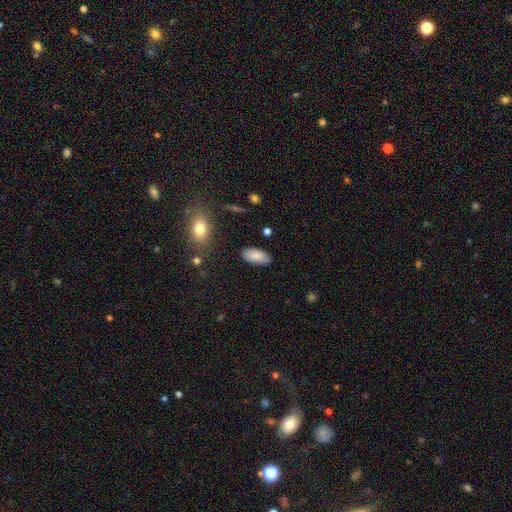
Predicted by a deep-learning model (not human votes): smooth-or-featured: smooth: 86% | featured or disk: 7% | star or artifact: 7%
  how-rounded: in between: 92% | cigar-shaped: 6% | round: 2%
  merging: none: 84% | minor disturbance: 11% | major disturbance: 3% | merger: 2%